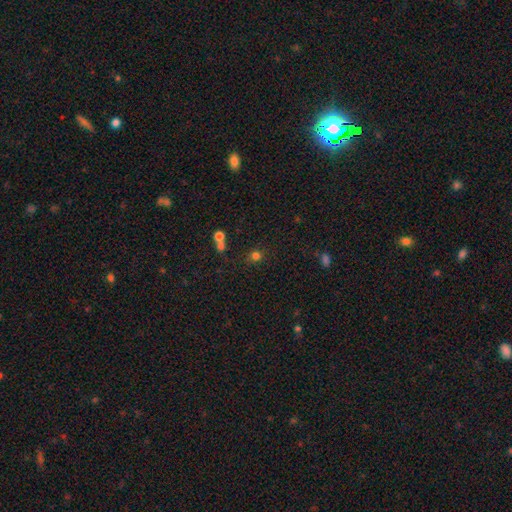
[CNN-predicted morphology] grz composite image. It shows a smooth galaxy with no disk features (76%) that is round (88%). Merging: none (74%).